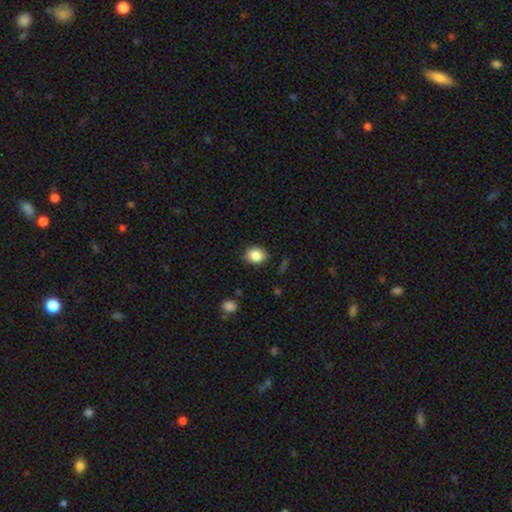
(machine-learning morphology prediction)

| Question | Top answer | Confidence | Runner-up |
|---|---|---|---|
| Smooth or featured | smooth | 86% | star or artifact (9%) |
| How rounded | round | 60% | in between (39%) |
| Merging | none | 85% | minor disturbance (11%) |